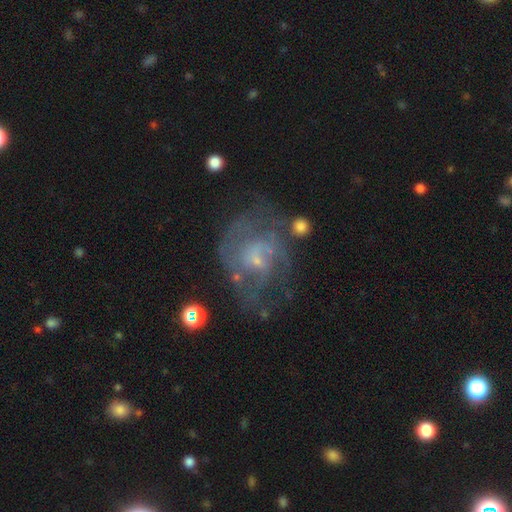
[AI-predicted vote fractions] smooth-or-featured: featured or disk: 75% | smooth: 15% | star or artifact: 10%
  disk-edge-on: no: 98% | yes: 2%
    bar: no: 63% | weak: 32% | strong: 5%
    has-spiral-arms: yes: 79% | no: 21%
      spiral-winding: medium: 44% | tight: 35% | loose: 21%
      spiral-arm-count: can't tell: 38% | 2: 31% | 3: 15% | 1: 6% | 4: 6% | more than 4: 4%
    bulge-size: small: 72% | moderate: 13% | none: 12% | large: 1% | dominant: 1%
  merging: none: 49% | major disturbance: 25% | minor disturbance: 20% | merger: 6%